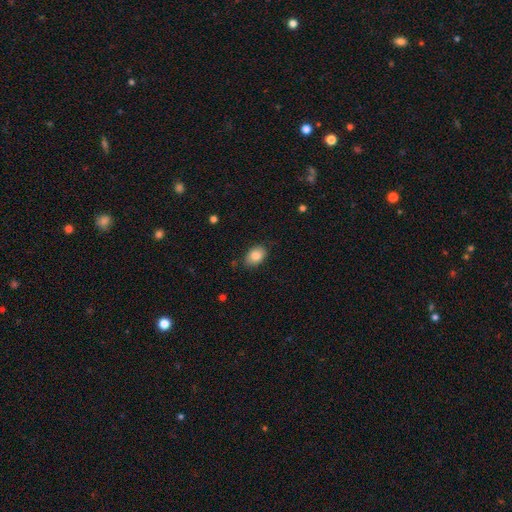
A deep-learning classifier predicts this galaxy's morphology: type=smooth (85%); roundness=in between (81%); merging=none (81%).